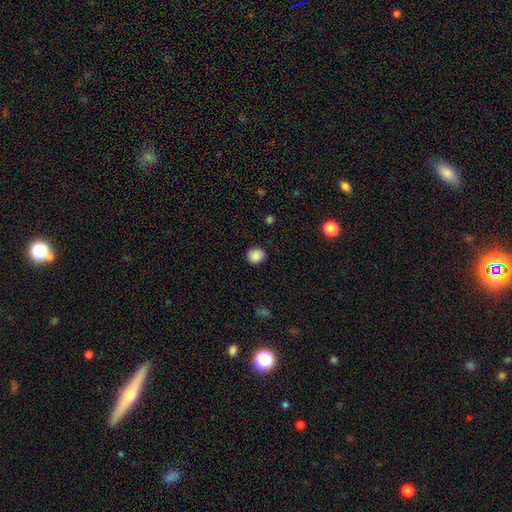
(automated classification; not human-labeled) Smooth or featured?
  - smooth: 87% *
  - star or artifact: 9%
  - featured or disk: 3%
How rounded?
  - round: 82% *
  - in between: 17%
  - cigar-shaped: 1%
Merging?
  - none: 85% *
  - minor disturbance: 11%
  - major disturbance: 3%
  - merger: 1%